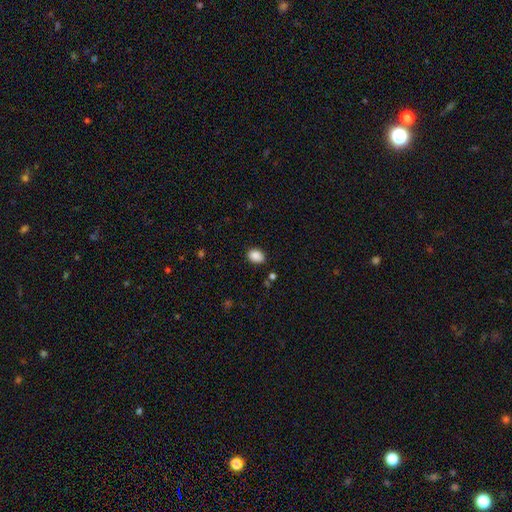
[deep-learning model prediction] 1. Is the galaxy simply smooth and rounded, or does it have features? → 88% smooth, 9% star or artifact, 3% featured or disk.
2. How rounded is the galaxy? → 72% in between, 27% round, 1% cigar-shaped.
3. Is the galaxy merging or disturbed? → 85% none, 11% minor disturbance, 3% major disturbance, 2% merger.